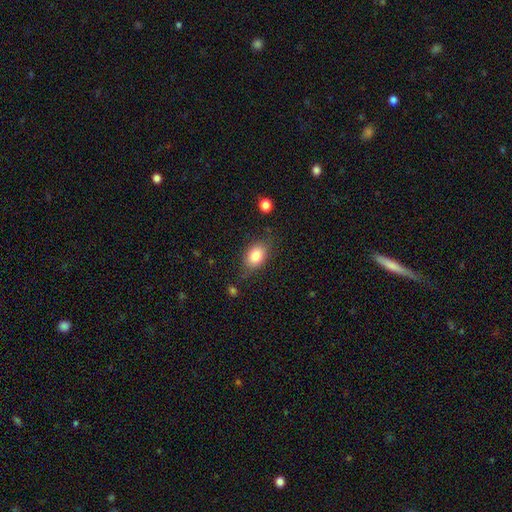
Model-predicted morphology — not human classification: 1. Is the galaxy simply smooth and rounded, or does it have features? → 82% smooth, 10% featured or disk, 8% star or artifact.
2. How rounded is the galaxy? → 80% in between, 18% round, 2% cigar-shaped.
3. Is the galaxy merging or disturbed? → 74% none, 19% minor disturbance, 5% major disturbance, 2% merger.